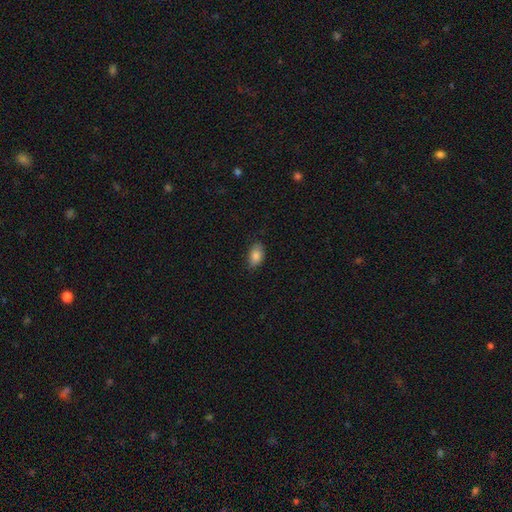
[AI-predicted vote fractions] smooth 85%, star or artifact 8%, featured or disk 7%. Down the decision tree: how rounded — in between (91%); merging — none (80%).